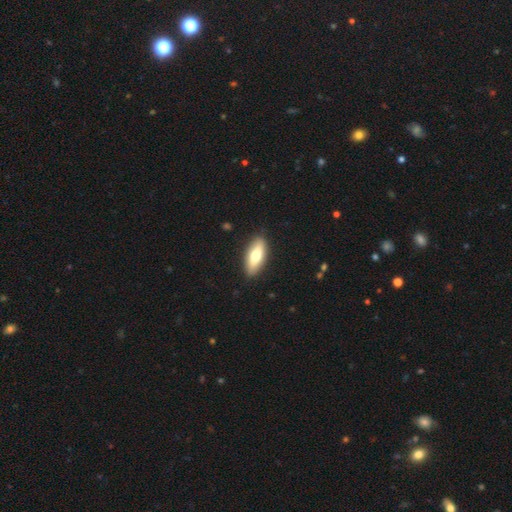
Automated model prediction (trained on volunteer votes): The model was most divided on "smooth or featured": smooth: 70%, featured or disk: 25%, star or artifact: 5%. More confident: merging — none (89%); how rounded — in between (77%).